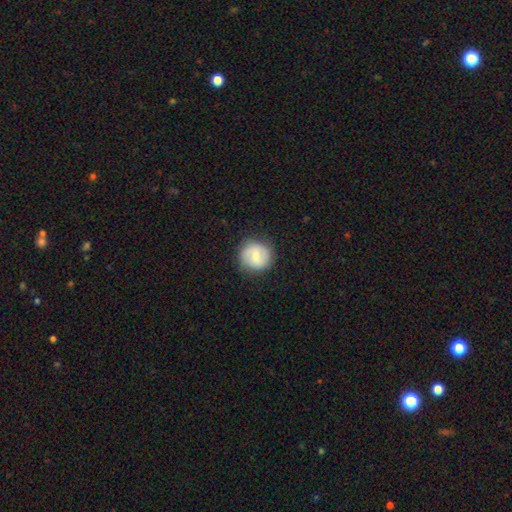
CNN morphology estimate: Smooth or featured? smooth (57%)
How rounded? round (92%)
Merging? none (85%)